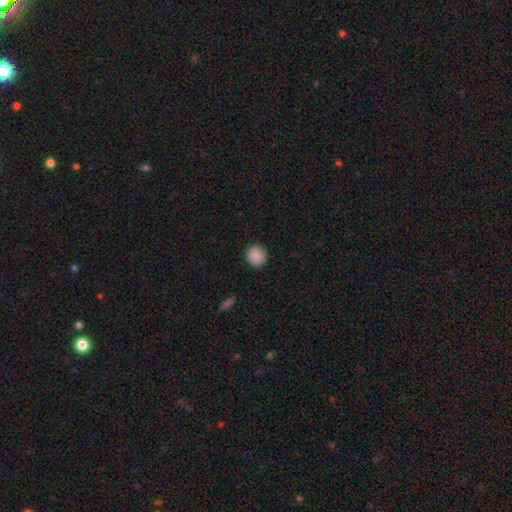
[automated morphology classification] smooth-or-featured: smooth: 89% | star or artifact: 8% | featured or disk: 3%
  how-rounded: round: 95% | in between: 4% | cigar-shaped: 1%
  merging: none: 92% | minor disturbance: 5% | major disturbance: 2% | merger: 1%